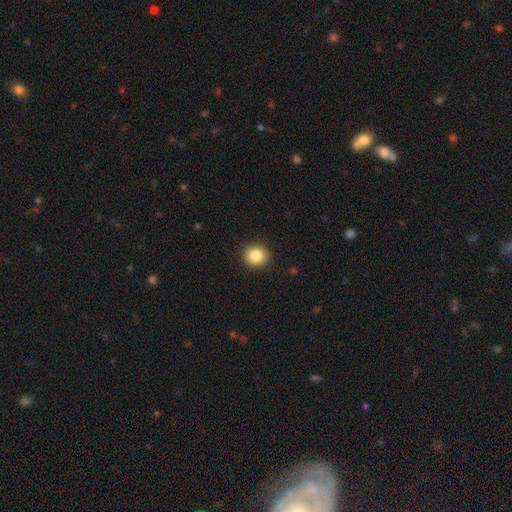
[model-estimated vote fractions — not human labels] smooth 86%, star or artifact 9%, featured or disk 5%. Down the decision tree: how rounded — round (87%); merging — none (91%).